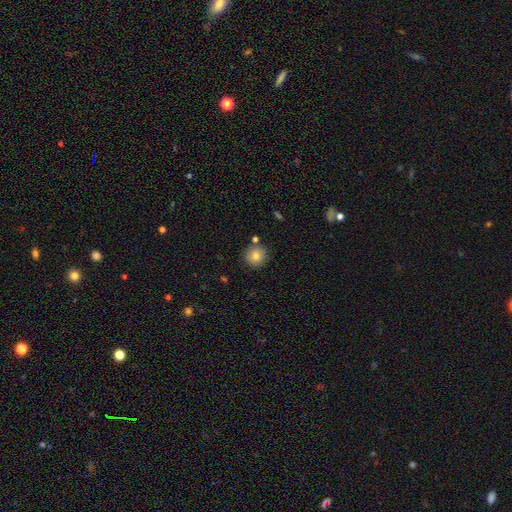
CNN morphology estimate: This is clearly a smooth galaxy (80%). How rounded: clearly round (92%). Merging: clearly none (82%).